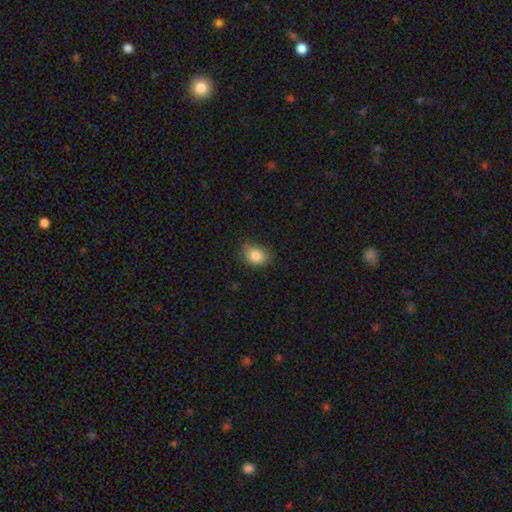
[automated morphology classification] smooth 85%, star or artifact 9%, featured or disk 6%. Down the decision tree: how rounded — in between (51%); merging — none (72%).